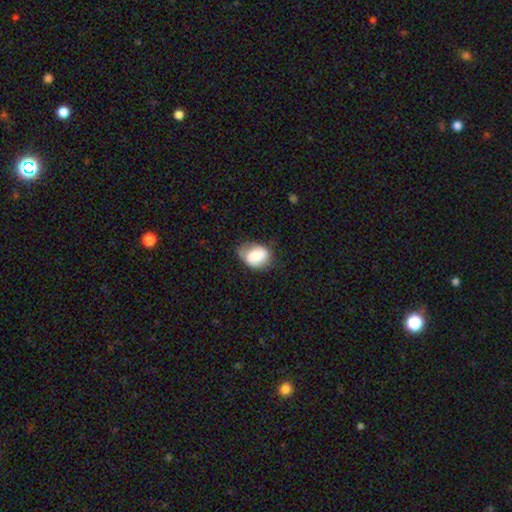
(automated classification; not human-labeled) Smooth or featured? Predicted: smooth (p=0.72). How rounded? Predicted: in between (p=0.65). Merging? Predicted: none (p=0.54).